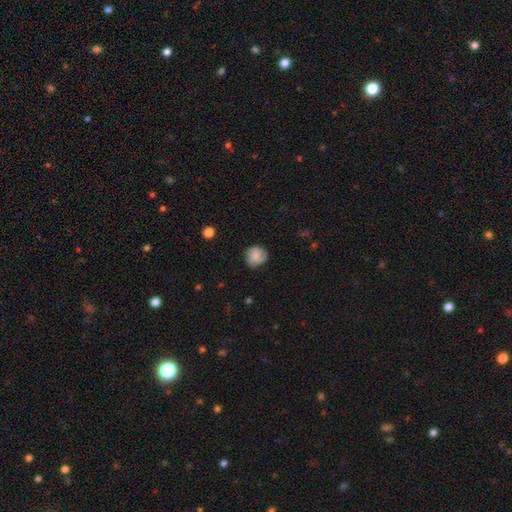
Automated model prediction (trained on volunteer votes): Overall: smooth (69%). How rounded: round (87%). Merging: none (75%).